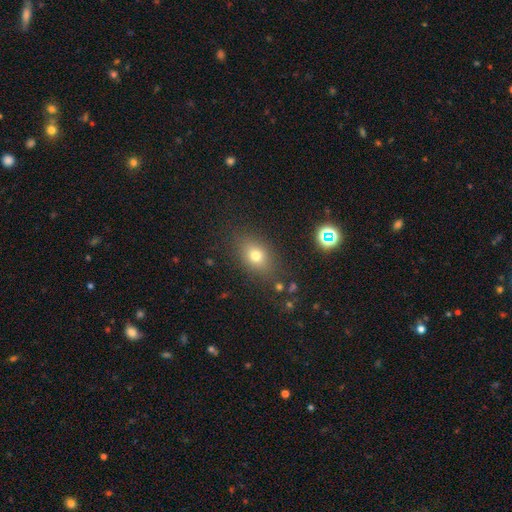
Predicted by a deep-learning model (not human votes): A smooth galaxy with no disk features (73%) that is in between round and cigar-shaped (66%). Merging: none (80%).